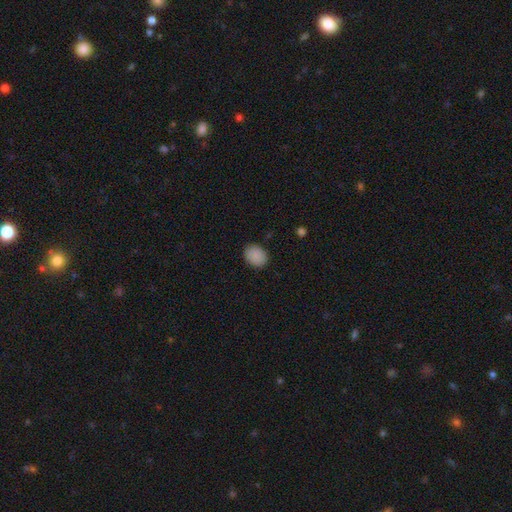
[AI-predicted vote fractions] smooth-or-featured: smooth: 89% | star or artifact: 8% | featured or disk: 3%
  how-rounded: in between: 54% | round: 46% | cigar-shaped: 1%
  merging: none: 88% | minor disturbance: 9% | major disturbance: 2% | merger: 1%